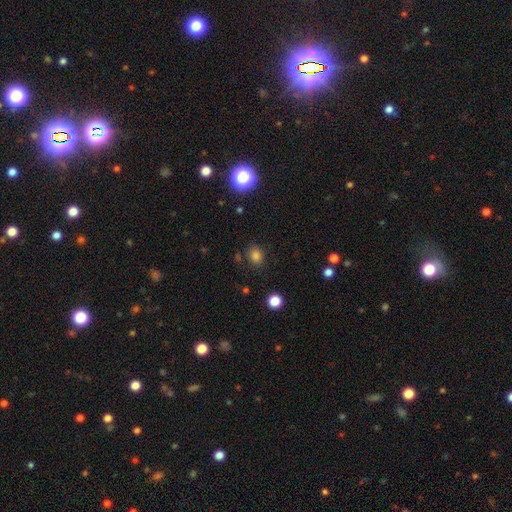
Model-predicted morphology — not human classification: type=smooth (79%); roundness=round (53%); merging=none (81%).